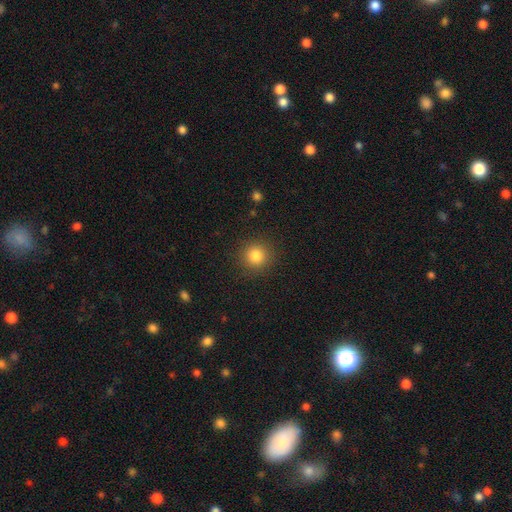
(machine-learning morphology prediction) This is clearly a smooth galaxy (82%). How rounded: clearly round (92%). Merging: clearly none (90%).